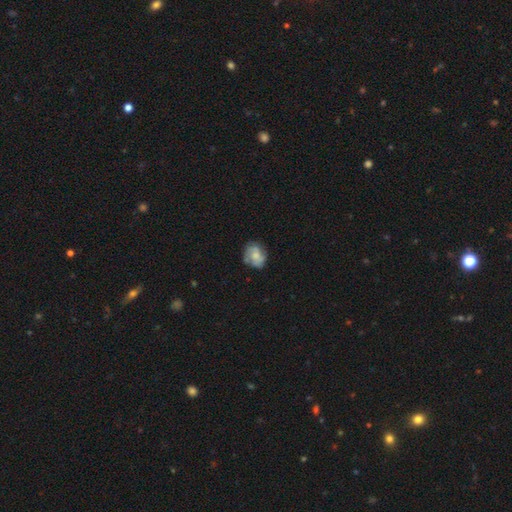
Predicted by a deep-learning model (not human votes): Smooth or featured: featured or disk — 54% (smooth — 39%)
Edge-on disk: no — 97% (yes — 3%)
Bar: no — 71% (weak — 25%)
Spiral arms: yes — 81% (no — 19%)
Bulge size: moderate — 42% (small — 33%)
Merging: none — 69% (minor disturbance — 22%)